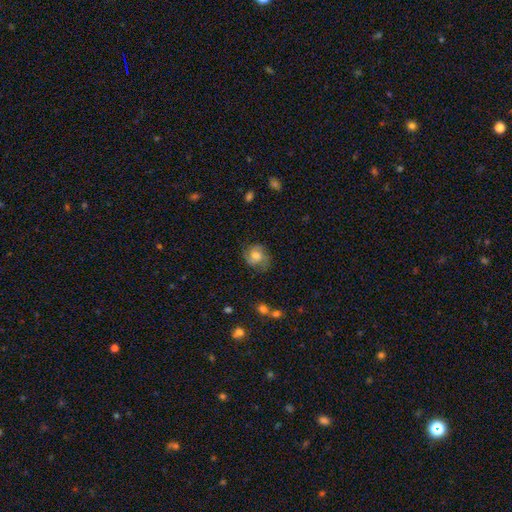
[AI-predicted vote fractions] A smooth galaxy with no disk features (47%). Merging: none (68%).